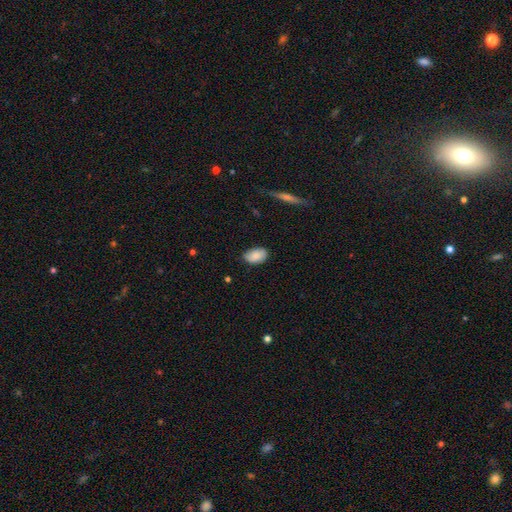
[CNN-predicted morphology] This is clearly a smooth galaxy (86%). How rounded: clearly in between (92%). Merging: likely none (79%).